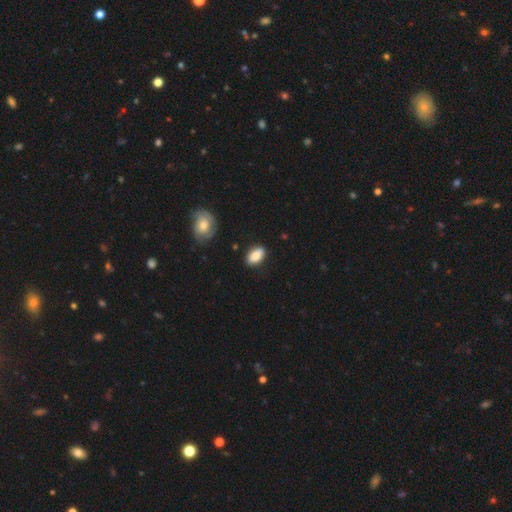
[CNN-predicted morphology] A smooth galaxy with no disk features (86%) that is in between round and cigar-shaped (92%). Merging: none (83%).